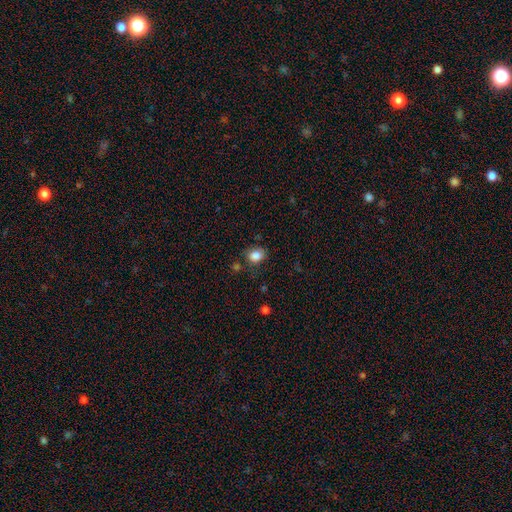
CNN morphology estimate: This is clearly a smooth galaxy (85%). How rounded: possibly in between (52%). Merging: likely none (72%).